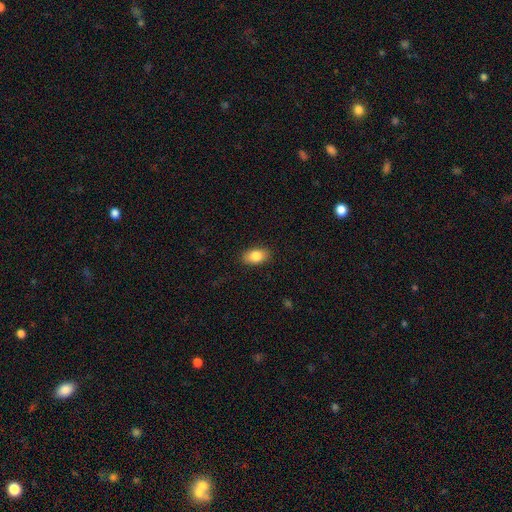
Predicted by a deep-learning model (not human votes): Morphology: type=smooth (83%); roundness=in between (89%); merging=none (88%).